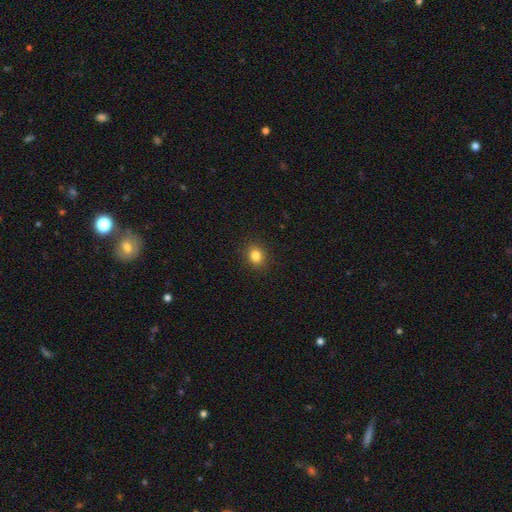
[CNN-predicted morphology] The model was most divided on "how rounded": round: 58%, in between: 41%, cigar-shaped: 1%. More confident: merging — none (90%); smooth or featured — smooth (83%).